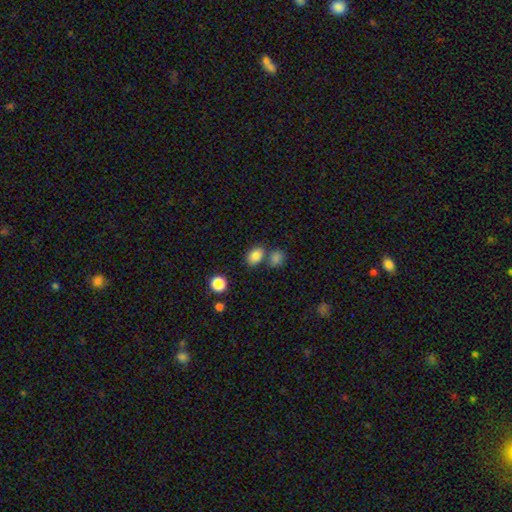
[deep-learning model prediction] smooth-or-featured: smooth: 84% | star or artifact: 11% | featured or disk: 5%
  how-rounded: in between: 70% | round: 29% | cigar-shaped: 1%
  merging: none: 65% | merger: 20% | minor disturbance: 11% | major disturbance: 4%